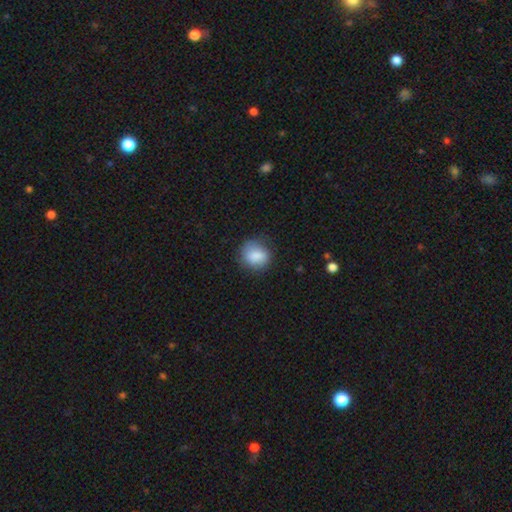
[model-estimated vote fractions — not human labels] Smooth or featured? smooth (84%)
How rounded? round (72%)
Merging? none (74%)